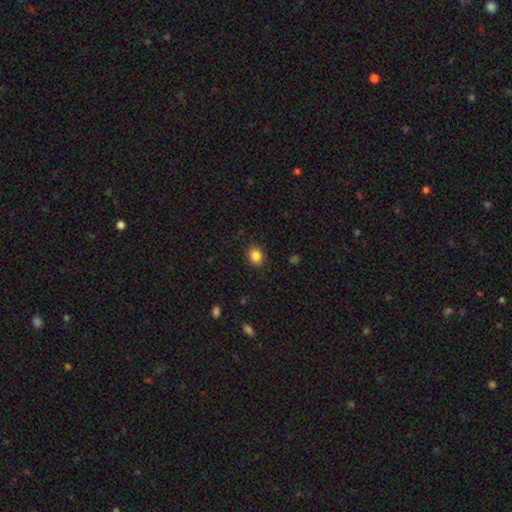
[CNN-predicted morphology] smooth 86%, star or artifact 10%, featured or disk 4%. Down the decision tree: how rounded — round (59%); merging — none (89%).